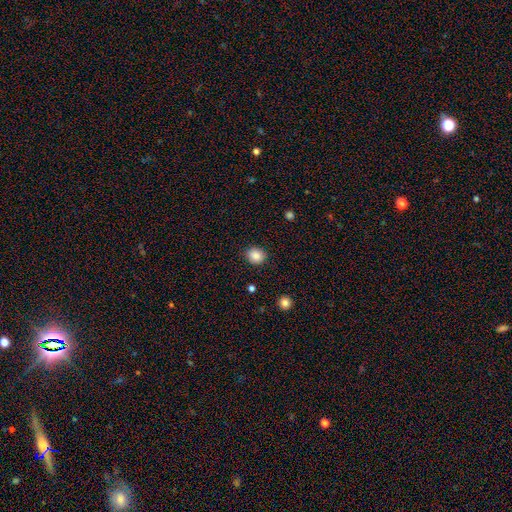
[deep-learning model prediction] Smooth or featured?
  - smooth: 87% *
  - star or artifact: 9%
  - featured or disk: 4%
How rounded?
  - round: 70% *
  - in between: 29%
  - cigar-shaped: 1%
Merging?
  - none: 87% *
  - minor disturbance: 9%
  - major disturbance: 3%
  - merger: 1%